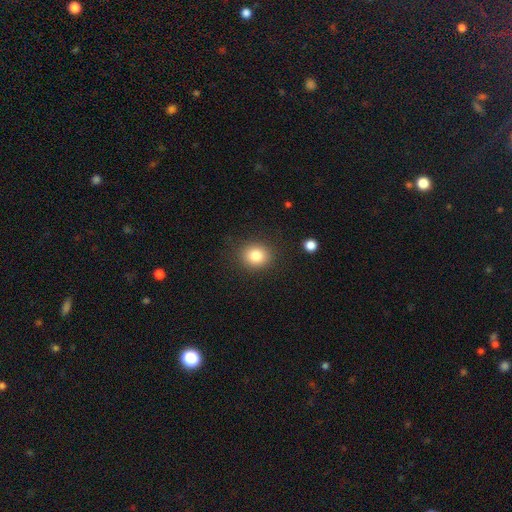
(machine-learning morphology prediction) Overall: smooth (82%). How rounded: round (78%). Merging: none (88%).